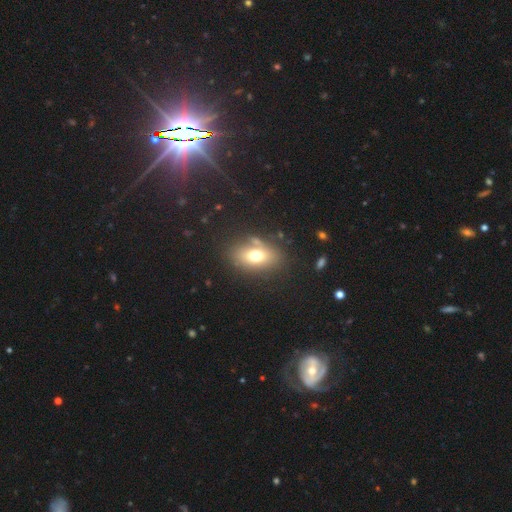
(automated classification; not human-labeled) Overall: smooth (68%). How rounded: in between (82%). Merging: none (71%).